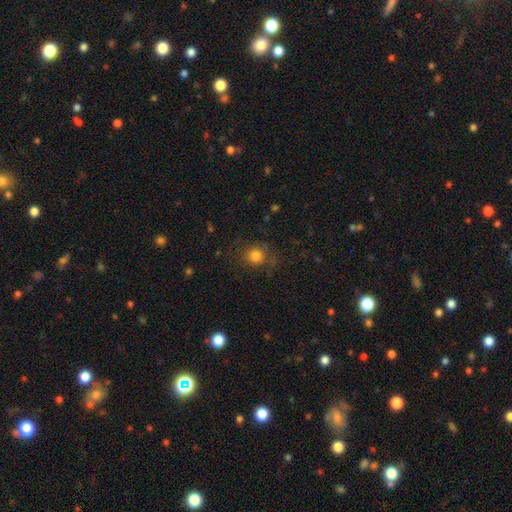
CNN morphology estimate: A smooth galaxy with no disk features (80%) that is round (87%).

Vote fractions:
- Smooth or featured? smooth: 80% / star or artifact: 13% / featured or disk: 7%
- How rounded? round: 87% / in between: 12% / cigar-shaped: 1%
- Merging? none: 78% / minor disturbance: 15% / major disturbance: 6% / merger: 2%